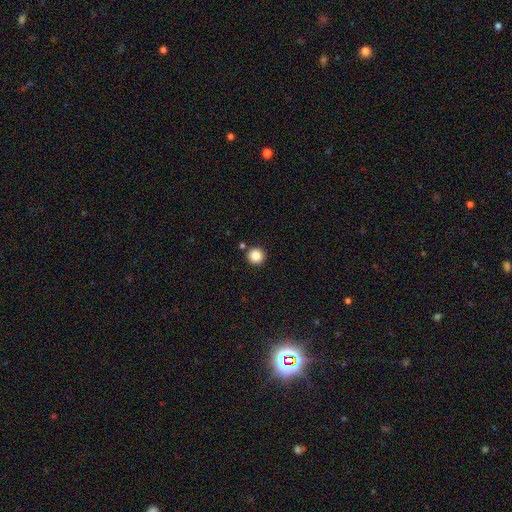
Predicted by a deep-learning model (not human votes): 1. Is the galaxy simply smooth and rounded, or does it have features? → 86% smooth, 10% star or artifact, 4% featured or disk.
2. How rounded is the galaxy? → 95% round, 4% in between, 1% cigar-shaped.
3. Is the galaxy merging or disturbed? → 87% none, 6% minor disturbance, 5% merger, 2% major disturbance.